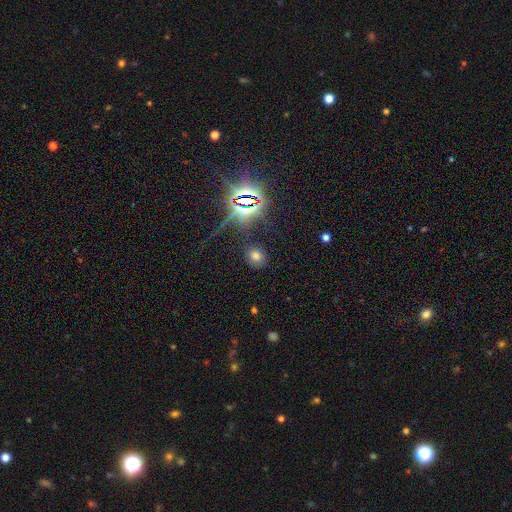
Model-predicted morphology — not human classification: smooth 61%, star or artifact 30%, featured or disk 9%. Down the decision tree: how rounded — round (68%); merging — none (84%).